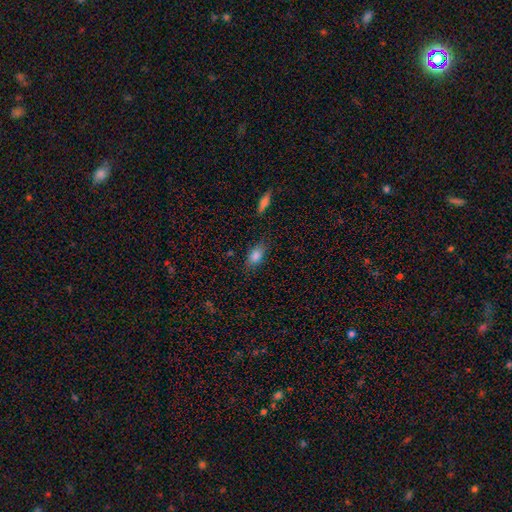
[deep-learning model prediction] A smooth galaxy with no disk features (81%) that is in between round and cigar-shaped (85%). Merging: none (78%).